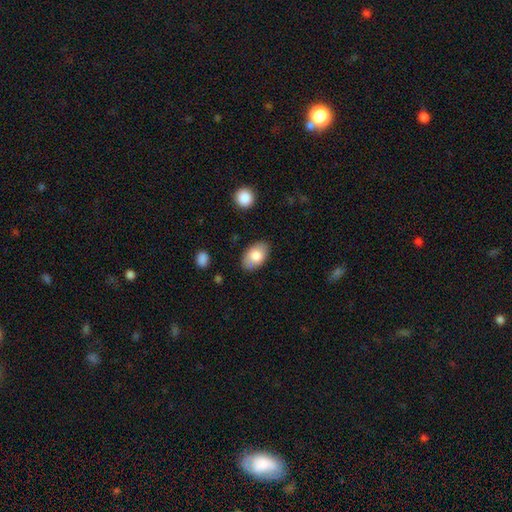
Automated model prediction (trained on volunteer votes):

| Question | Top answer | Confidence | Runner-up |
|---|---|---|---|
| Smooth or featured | smooth | 80% | featured or disk (14%) |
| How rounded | in between | 91% | round (7%) |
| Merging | none | 82% | minor disturbance (13%) |